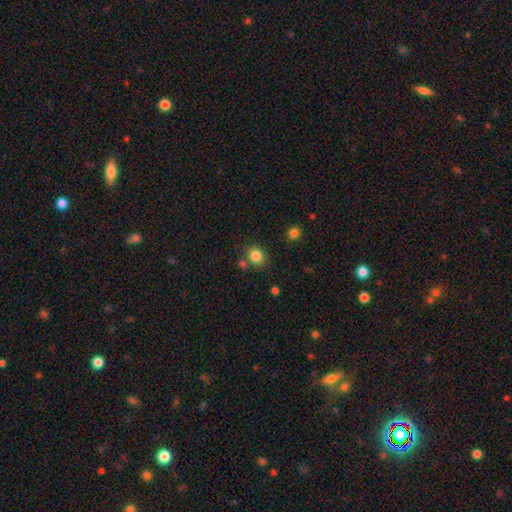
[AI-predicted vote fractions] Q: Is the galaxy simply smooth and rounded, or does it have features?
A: smooth — 84%.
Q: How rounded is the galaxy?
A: round — 69%.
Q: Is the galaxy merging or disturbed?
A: none — 73%.